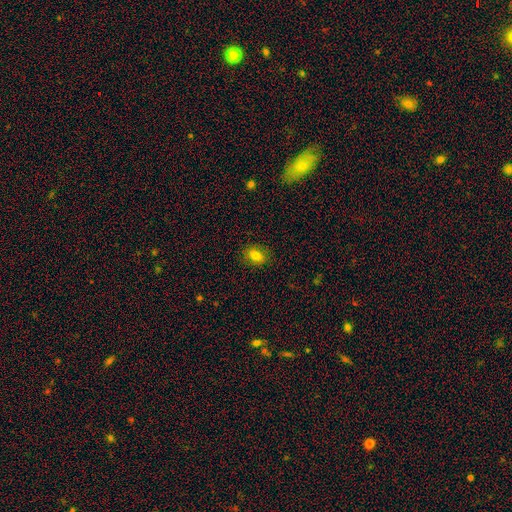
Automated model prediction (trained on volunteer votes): This is likely a smooth galaxy (80%). How rounded: likely in between (62%). Merging: clearly none (86%).